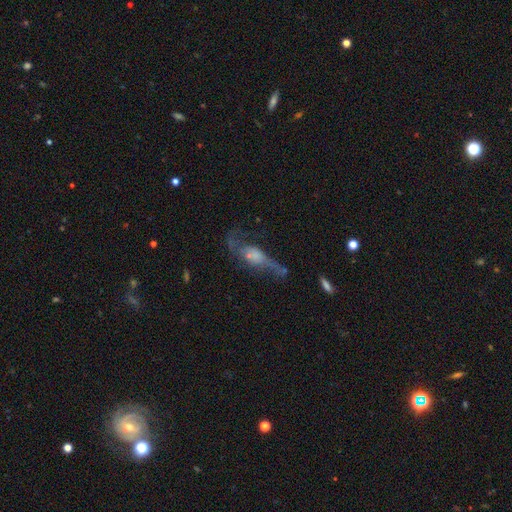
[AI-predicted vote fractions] Smooth or featured? Predicted: featured or disk (p=0.67). Edge-on disk? Predicted: no (p=0.74). Merging? Predicted: none (p=0.44).